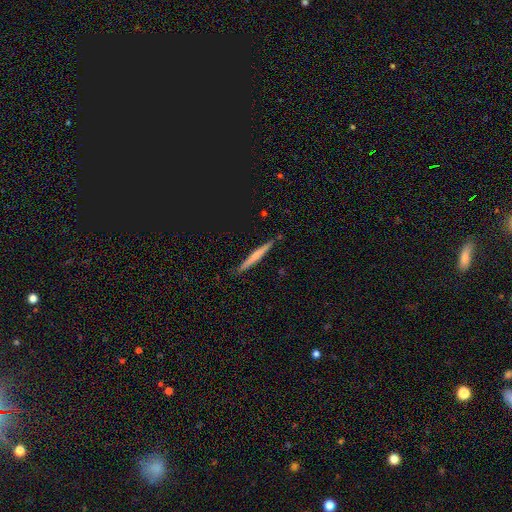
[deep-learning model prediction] Smooth or featured? Predicted: smooth (p=0.51). How rounded? Predicted: cigar-shaped (p=0.96). Merging? Predicted: none (p=0.87).